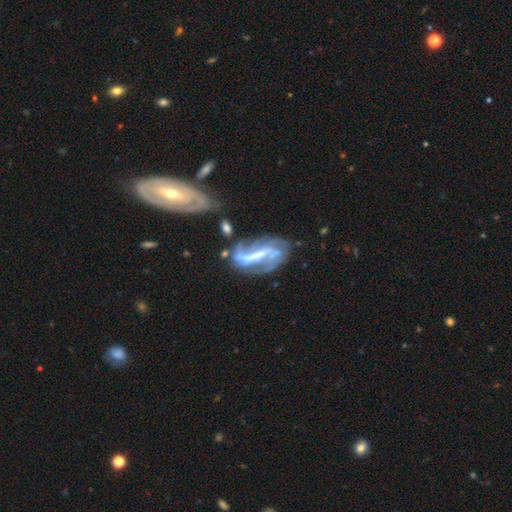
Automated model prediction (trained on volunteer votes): Morphology: type=featured or disk (84%); edge-on=no (94%); bar=strong (59%); spiral arms=yes (88%); winding=loose (45%); arm count=2 (64%); bulge=small (37%); merging=none (44%).